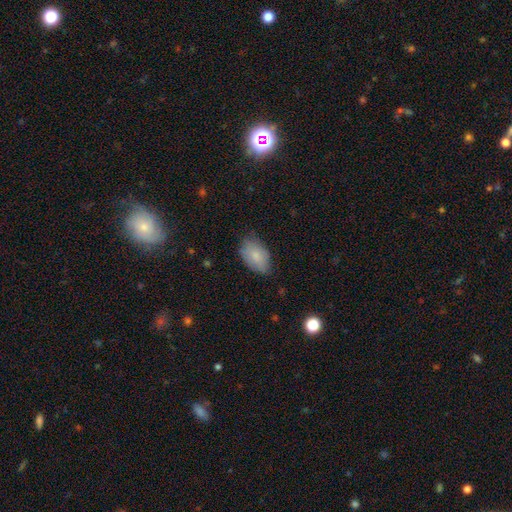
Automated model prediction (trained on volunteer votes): A smooth galaxy with no disk features (81%) that is in between round and cigar-shaped (92%).

Vote fractions:
- Smooth or featured? smooth: 81% / featured or disk: 12% / star or artifact: 7%
- How rounded? in between: 92% / round: 7% / cigar-shaped: 1%
- Merging? none: 71% / minor disturbance: 23% / major disturbance: 4% / merger: 1%